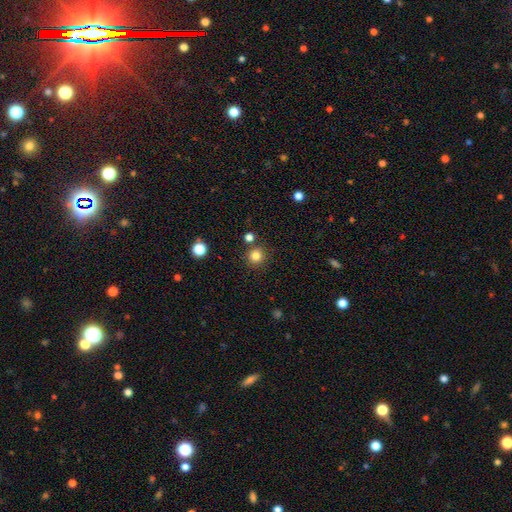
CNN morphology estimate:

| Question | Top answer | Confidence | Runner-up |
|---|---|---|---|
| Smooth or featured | smooth | 82% | star or artifact (13%) |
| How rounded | round | 93% | in between (6%) |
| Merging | none | 85% | minor disturbance (7%) |